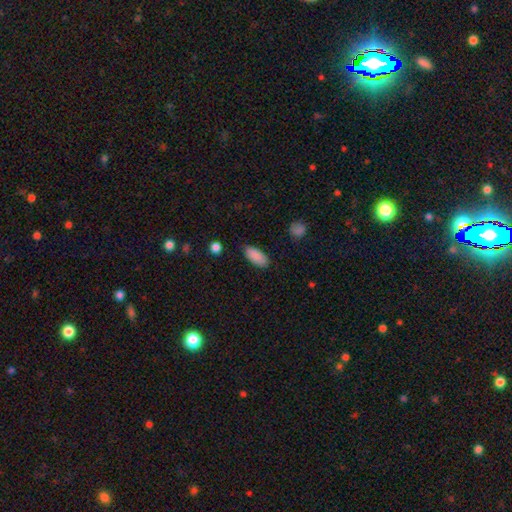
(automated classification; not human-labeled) smooth 89%, star or artifact 7%, featured or disk 4%. Down the decision tree: how rounded — in between (88%); merging — none (84%).